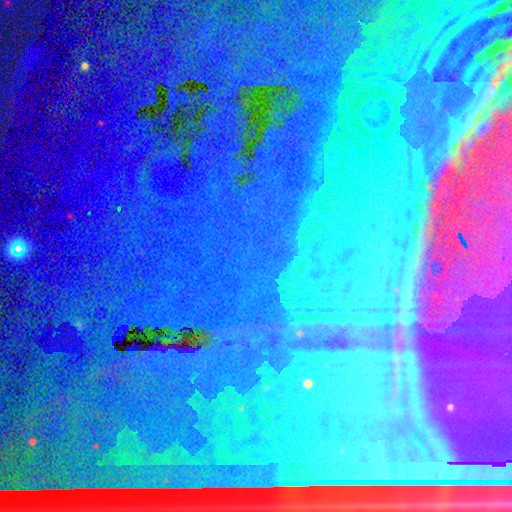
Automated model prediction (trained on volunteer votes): smooth-or-featured: star or artifact: 85% | featured or disk: 8% | smooth: 6%